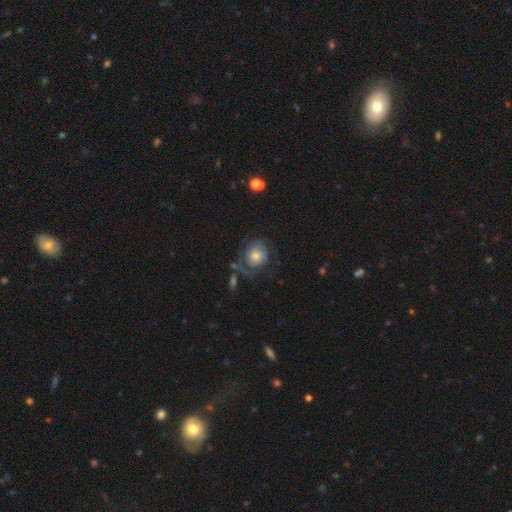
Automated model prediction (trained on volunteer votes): Q: Smooth or featured?
A: featured or disk (50%); runner-up: smooth (40%)
Q: Merging?
A: none (57%); runner-up: minor disturbance (21%)